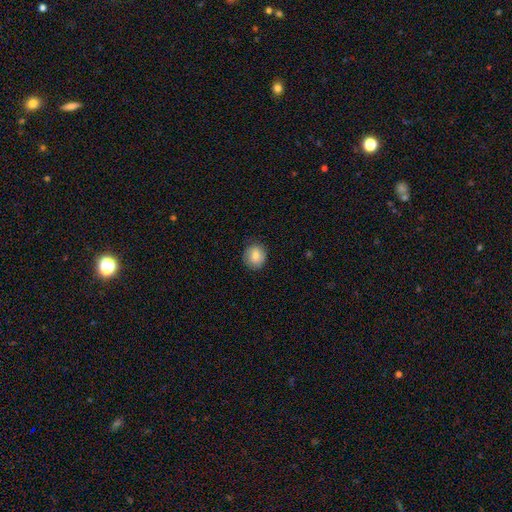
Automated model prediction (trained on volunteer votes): Overall: smooth (79%). How rounded: round (81%). Merging: none (85%).